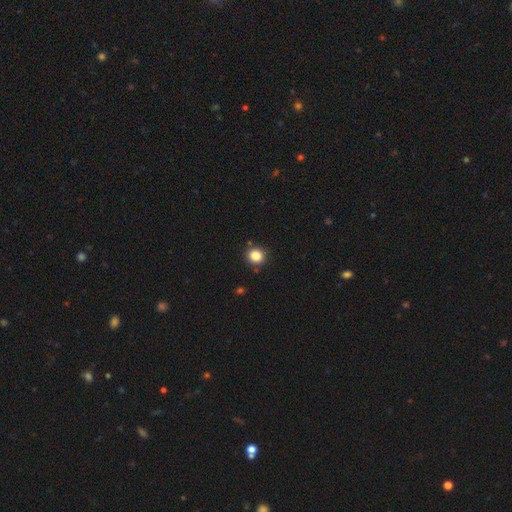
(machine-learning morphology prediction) Q: Smooth or featured?
A: smooth (84%); runner-up: star or artifact (11%)
Q: How rounded?
A: round (90%); runner-up: in between (10%)
Q: Merging?
A: none (89%); runner-up: minor disturbance (7%)